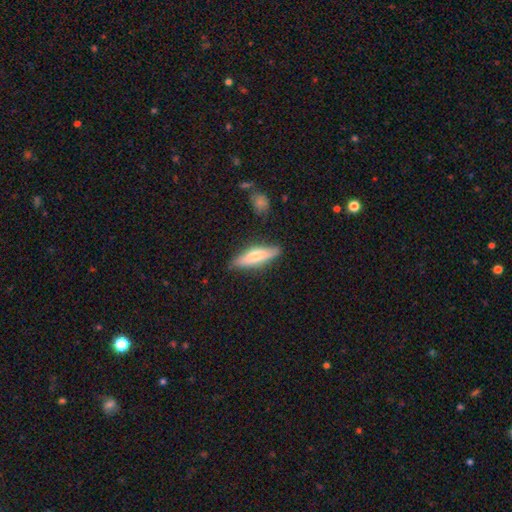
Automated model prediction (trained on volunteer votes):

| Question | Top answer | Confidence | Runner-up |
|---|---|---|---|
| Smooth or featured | smooth | 59% | featured or disk (35%) |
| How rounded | cigar-shaped | 63% | in between (36%) |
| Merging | none | 83% | minor disturbance (13%) |